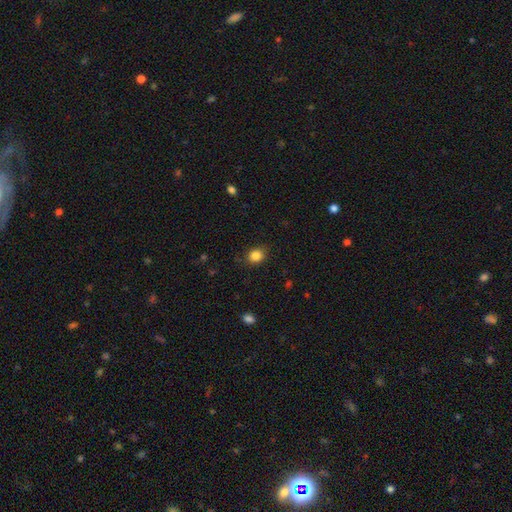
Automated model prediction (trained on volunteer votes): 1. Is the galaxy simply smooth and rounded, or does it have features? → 85% smooth, 11% star or artifact, 4% featured or disk.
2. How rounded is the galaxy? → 68% round, 31% in between, 1% cigar-shaped.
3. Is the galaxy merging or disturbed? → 84% none, 12% minor disturbance, 3% major disturbance, 1% merger.